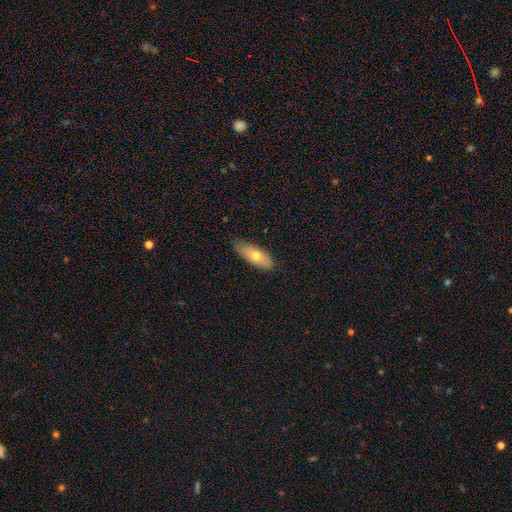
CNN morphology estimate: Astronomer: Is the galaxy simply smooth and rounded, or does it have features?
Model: smooth — 67%.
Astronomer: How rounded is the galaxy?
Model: in between — 74%.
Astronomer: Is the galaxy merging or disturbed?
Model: none — 79%.